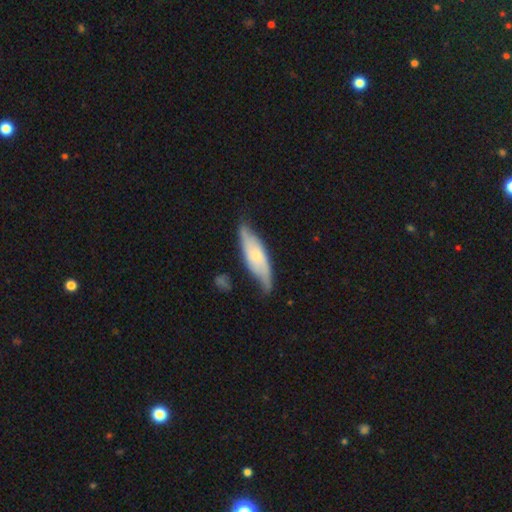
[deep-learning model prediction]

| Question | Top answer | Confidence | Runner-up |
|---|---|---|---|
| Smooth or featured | featured or disk | 54% | smooth (41%) |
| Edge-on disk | no | 65% | yes (35%) |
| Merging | none | 62% | minor disturbance (28%) |